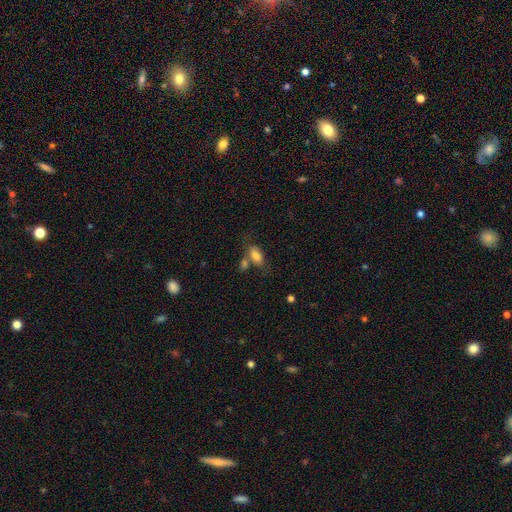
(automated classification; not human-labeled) Smooth or featured?
  - smooth: 80% *
  - featured or disk: 12%
  - star or artifact: 8%
How rounded?
  - in between: 88% *
  - cigar-shaped: 6%
  - round: 5%
Merging?
  - none: 49% *
  - merger: 27%
  - minor disturbance: 17%
  - major disturbance: 7%